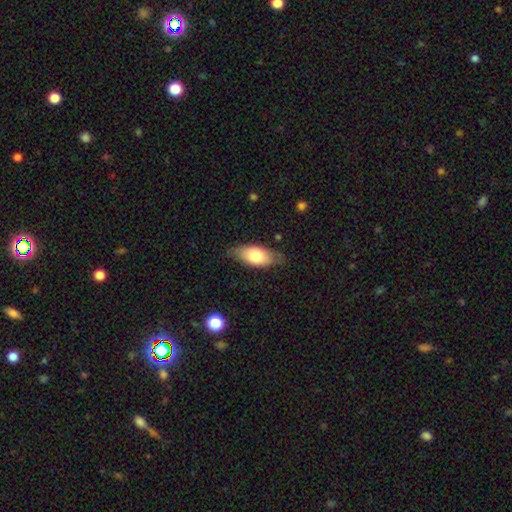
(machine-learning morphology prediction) This is likely a smooth galaxy (74%). How rounded: clearly in between (88%). Merging: likely none (74%).